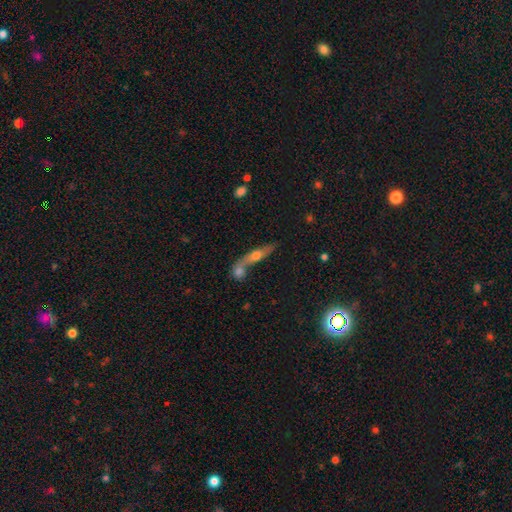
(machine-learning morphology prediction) type=featured or disk (49%); merging=merger (46%).